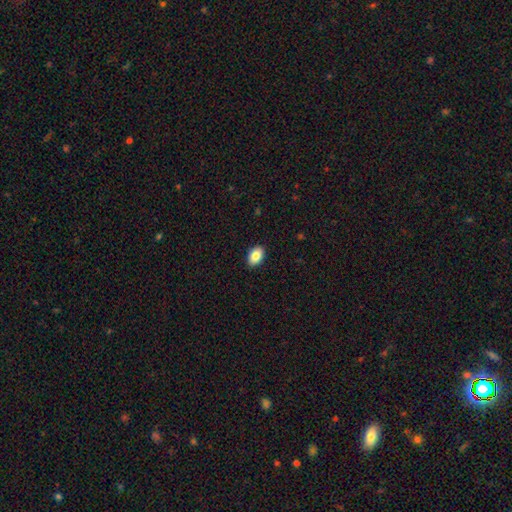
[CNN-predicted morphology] Smooth or featured?
  - smooth: 86% *
  - star or artifact: 7%
  - featured or disk: 6%
How rounded?
  - in between: 88% *
  - round: 11%
  - cigar-shaped: 1%
Merging?
  - none: 90% *
  - minor disturbance: 7%
  - major disturbance: 2%
  - merger: 1%